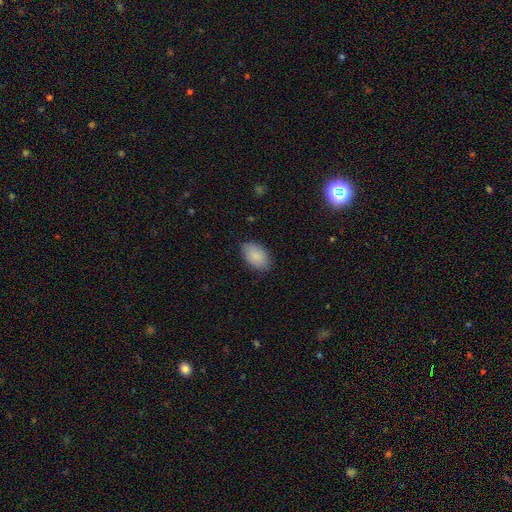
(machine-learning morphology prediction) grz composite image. It shows a smooth galaxy with no disk features (88%) that is in between round and cigar-shaped (92%). Merging: none (84%).